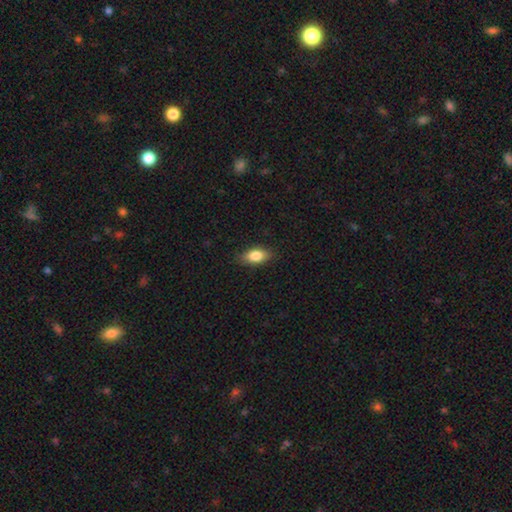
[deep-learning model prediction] This appears to be a smooth galaxy with no disk features (82%) that is in between round and cigar-shaped (87%). Merging: none (86%).